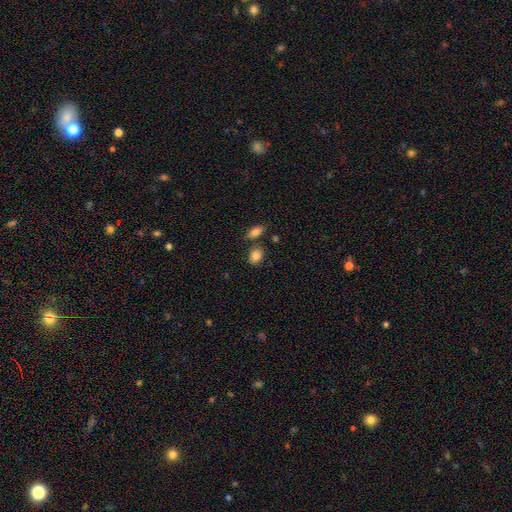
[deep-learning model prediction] Q: Smooth or featured?
A: smooth (84%); runner-up: star or artifact (9%)
Q: How rounded?
A: in between (52%); runner-up: round (46%)
Q: Merging?
A: none (71%); runner-up: minor disturbance (13%)